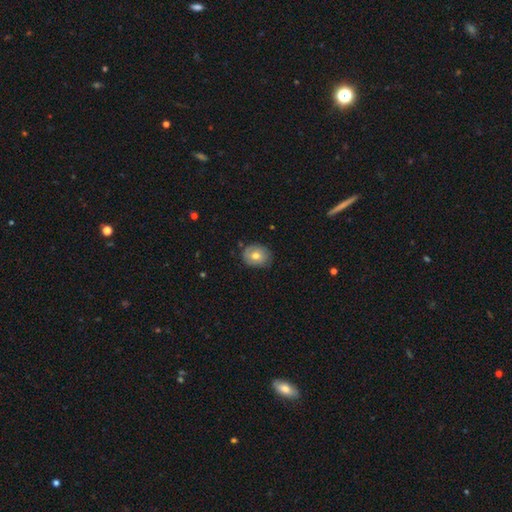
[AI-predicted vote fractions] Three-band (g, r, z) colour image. It shows a smooth galaxy with no disk features (64%) that is round (54%). Merging: none (75%).